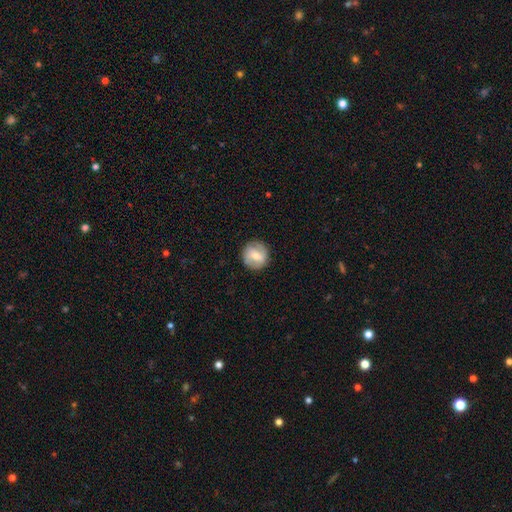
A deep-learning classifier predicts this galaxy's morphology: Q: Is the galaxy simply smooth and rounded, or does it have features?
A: smooth — 48%.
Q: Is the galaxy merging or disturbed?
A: none — 88%.